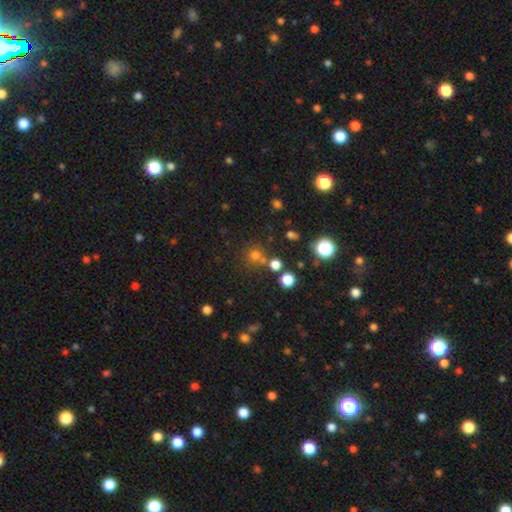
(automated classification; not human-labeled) A smooth galaxy with no disk features (63%) that is round (92%). Merging: none (71%).